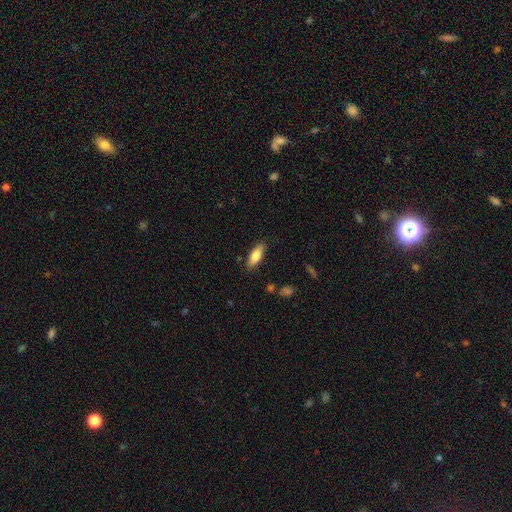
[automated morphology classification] Overall: smooth (76%). How rounded: in between (68%; cigar-shaped 30%). Merging: none (86%).